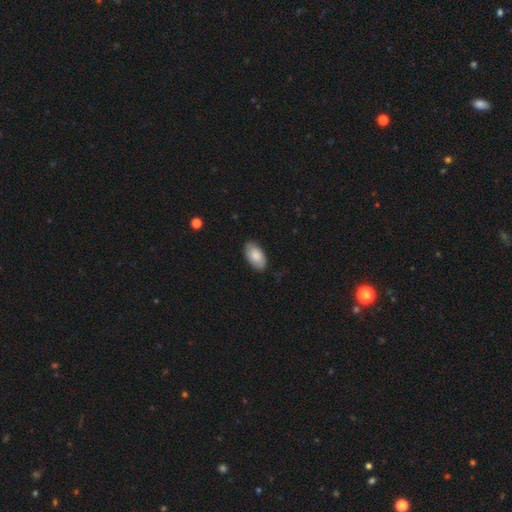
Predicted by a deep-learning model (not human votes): Morphology: type=smooth (82%); roundness=in between (95%); merging=none (82%).